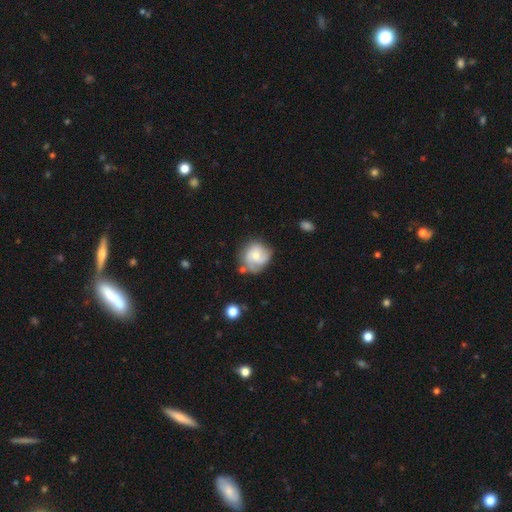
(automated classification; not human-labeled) Morphology: type=featured or disk (50%); edge-on=no (98%); merging=none (58%).